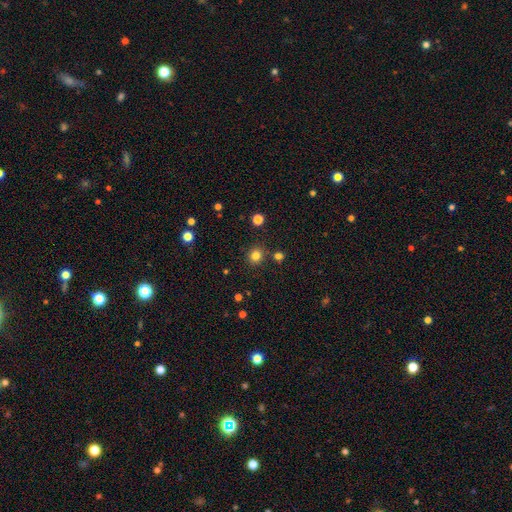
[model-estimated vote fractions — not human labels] smooth 81%, star or artifact 14%, featured or disk 5%. Down the decision tree: how rounded — round (90%); merging — none (86%).